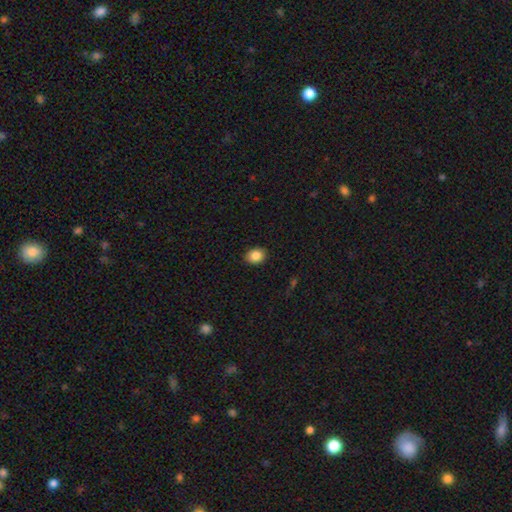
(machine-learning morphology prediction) Q: Smooth or featured?
A: smooth (86%); runner-up: star or artifact (9%)
Q: How rounded?
A: in between (53%); runner-up: round (46%)
Q: Merging?
A: none (90%); runner-up: minor disturbance (7%)